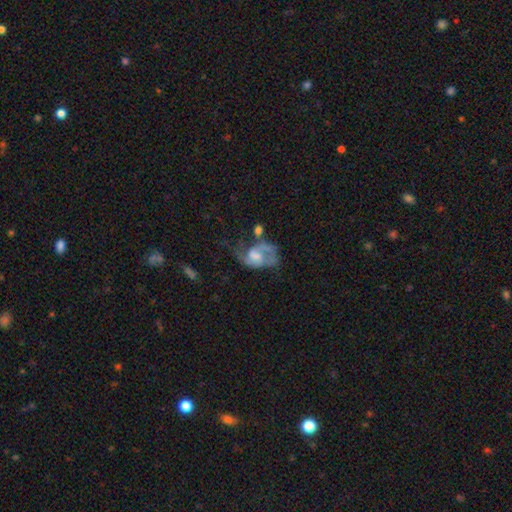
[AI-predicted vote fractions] The model was most divided on "spiral winding": medium: 42%, loose: 40%, tight: 17%. Remaining: edge-on disk — no (97%); spiral arms — yes (76%); smooth or featured — featured or disk (68%); spiral arm count — 2 (65%); bar — no (55%); bulge size — moderate (39%); merging — major disturbance (36%).